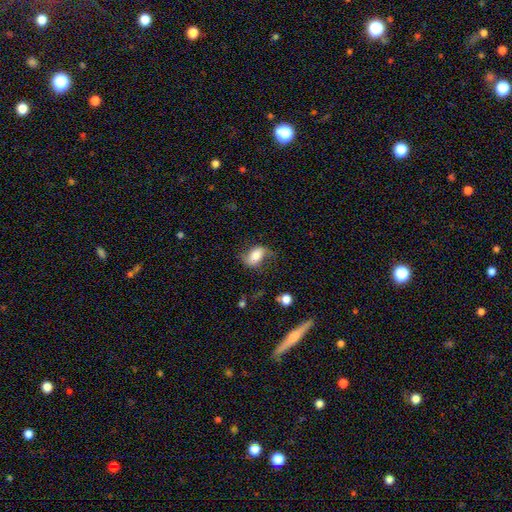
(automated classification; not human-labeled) The model was most divided on "smooth or featured": smooth: 60%, featured or disk: 31%, star or artifact: 8%. More confident: how rounded — in between (86%); merging — none (62%).